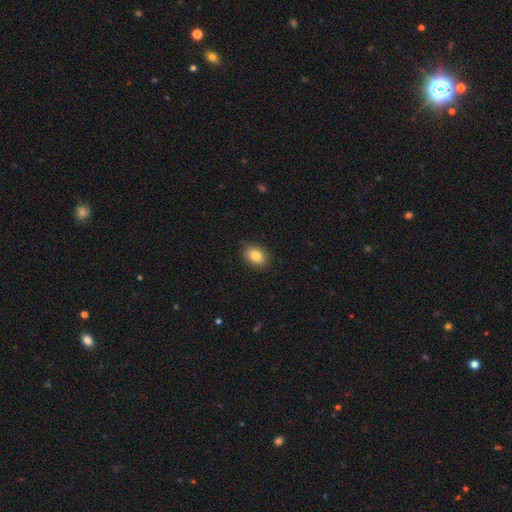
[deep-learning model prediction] Morphology: type=smooth (84%); roundness=in between (75%); merging=none (88%).